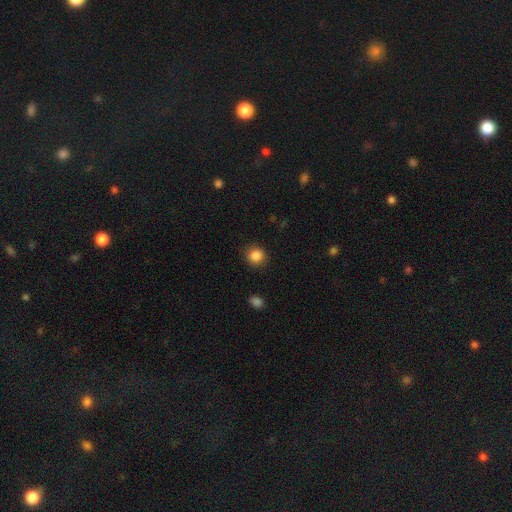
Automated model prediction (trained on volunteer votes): Smooth or featured: smooth — 86% (star or artifact — 10%)
How rounded: round — 90% (in between — 9%)
Merging: none — 89% (minor disturbance — 7%)